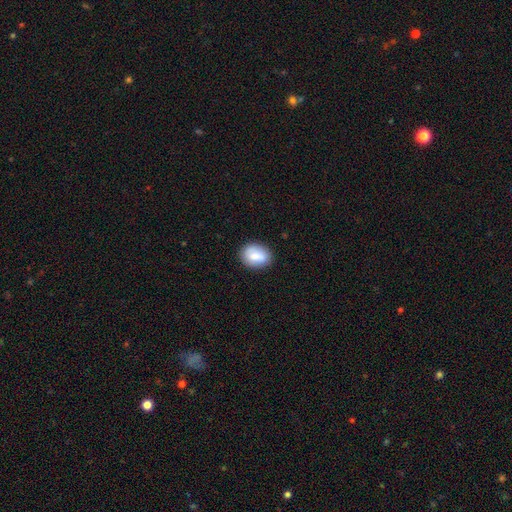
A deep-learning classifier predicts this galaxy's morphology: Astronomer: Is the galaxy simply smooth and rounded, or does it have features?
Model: smooth — 78%.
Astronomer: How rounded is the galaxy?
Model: in between — 63%.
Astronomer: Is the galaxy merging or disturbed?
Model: none — 81%.